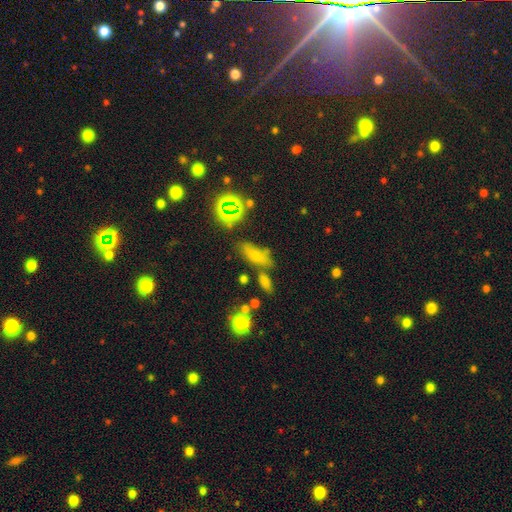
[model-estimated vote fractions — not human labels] This is possibly a smooth galaxy (53%). How rounded: likely in between (64%). Merging: likely none (61%).